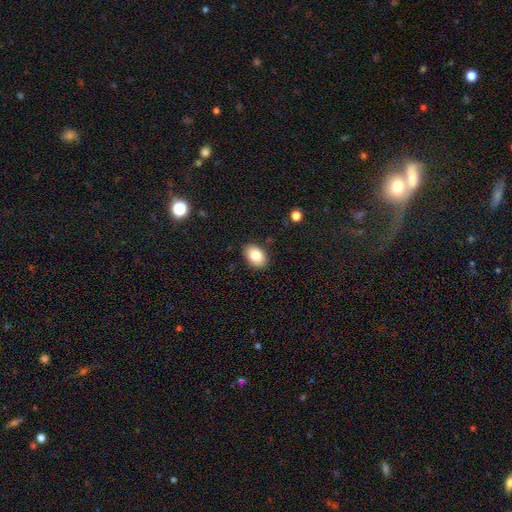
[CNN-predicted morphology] Smooth or featured? Predicted: smooth (p=0.83). How rounded? Predicted: in between (p=0.84). Merging? Predicted: none (p=0.87).